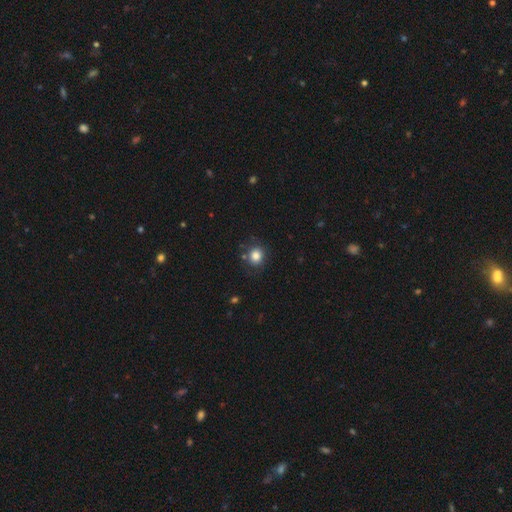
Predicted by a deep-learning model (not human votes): smooth 83%, star or artifact 11%, featured or disk 6%. Down the decision tree: how rounded — round (82%); merging — none (83%).